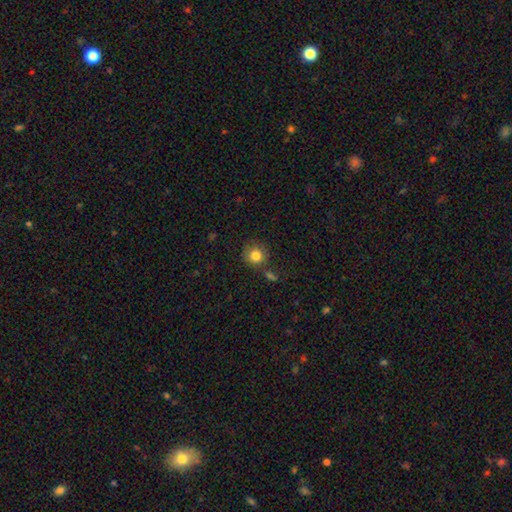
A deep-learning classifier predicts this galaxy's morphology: Overall: smooth (83%). How rounded: round (91%). Merging: none (75%).